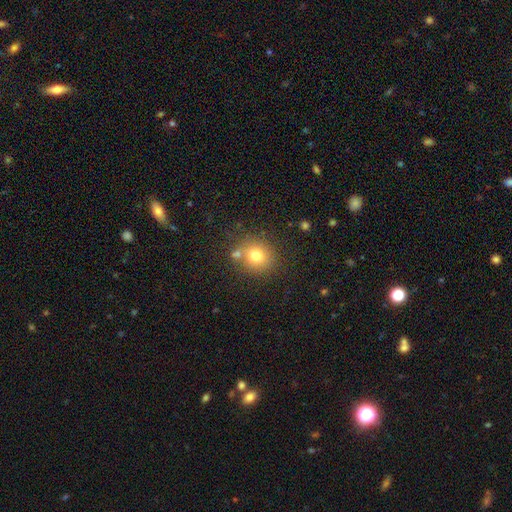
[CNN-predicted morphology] smooth_or_featured: smooth (p=0.75) [alt: star or artifact p=0.14]
how_rounded: round (p=0.84) [alt: in between p=0.15]
merging: none (p=0.73) [alt: merger p=0.13]